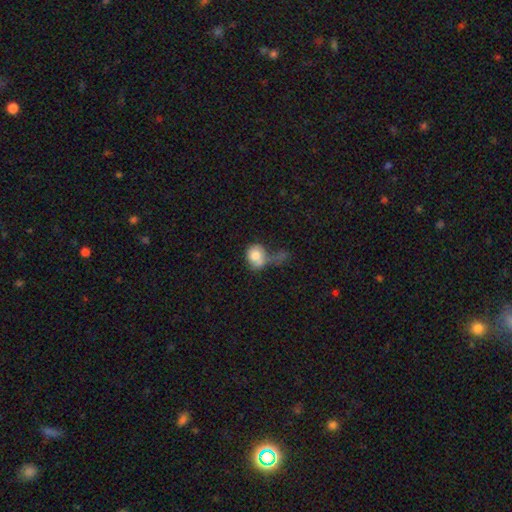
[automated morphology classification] A smooth galaxy with no disk features (75%) that is round (60%).

Vote fractions:
- Smooth or featured? smooth: 75% / featured or disk: 17% / star or artifact: 8%
- How rounded? round: 60% / in between: 39% / cigar-shaped: 1%
- Merging? major disturbance: 33% / merger: 29% / none: 20% / minor disturbance: 17%